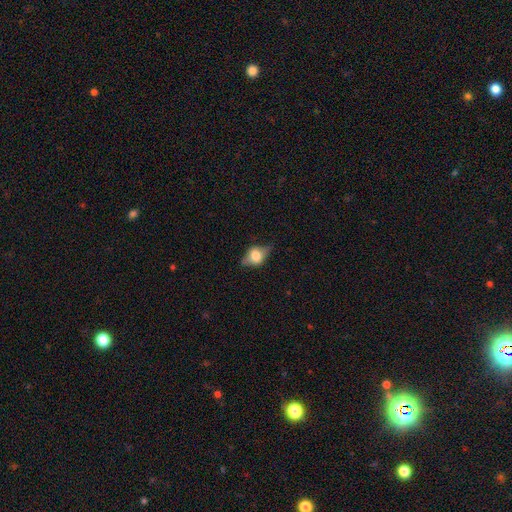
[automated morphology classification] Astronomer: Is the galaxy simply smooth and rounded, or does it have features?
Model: featured or disk — 46% (runner-up: smooth, 45%).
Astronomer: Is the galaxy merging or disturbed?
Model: none — 69%.